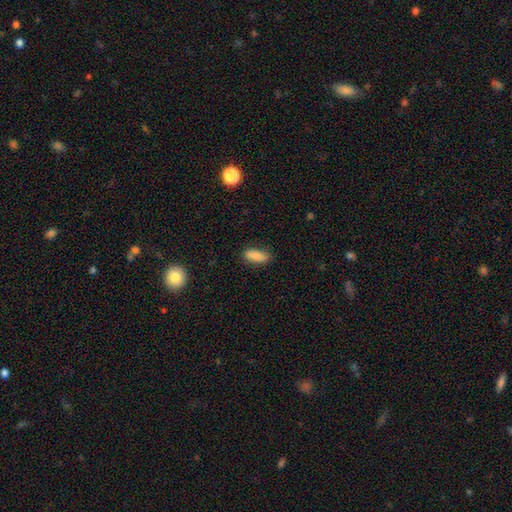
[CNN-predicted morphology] Q: Smooth or featured?
A: smooth (86%); runner-up: star or artifact (8%)
Q: How rounded?
A: in between (77%); runner-up: cigar-shaped (20%)
Q: Merging?
A: none (82%); runner-up: minor disturbance (14%)